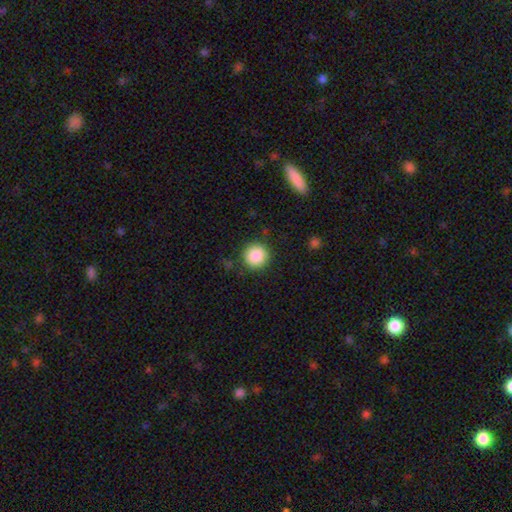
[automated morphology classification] smooth-or-featured: smooth: 87% | star or artifact: 9% | featured or disk: 4%
  how-rounded: round: 95% | in between: 4% | cigar-shaped: 1%
  merging: none: 89% | minor disturbance: 8% | major disturbance: 3% | merger: 1%